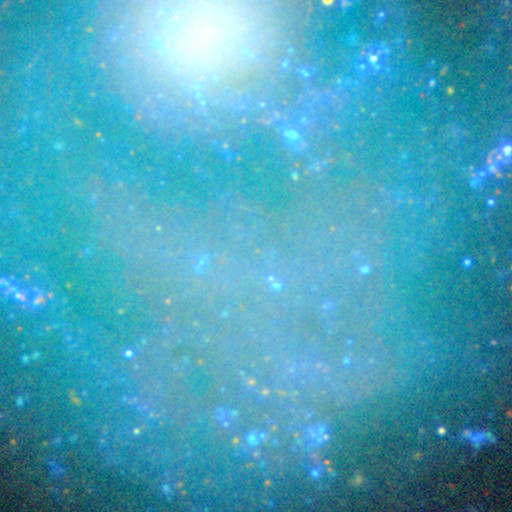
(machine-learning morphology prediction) A star or artifact, not a galaxy (56%).